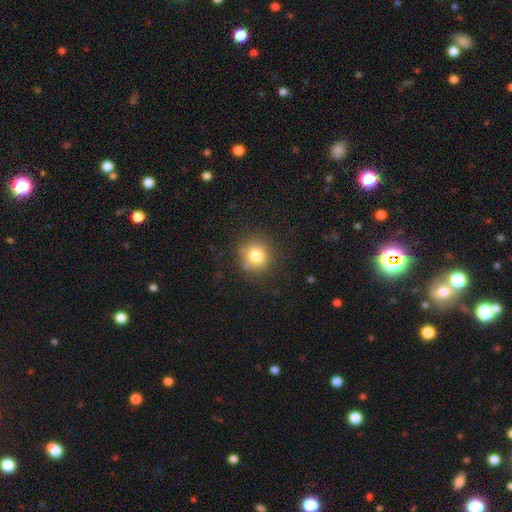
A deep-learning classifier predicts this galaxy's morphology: smooth_or_featured: smooth (p=0.80) [alt: star or artifact p=0.12]
how_rounded: round (p=0.91) [alt: in between p=0.08]
merging: none (p=0.82) [alt: minor disturbance p=0.12]